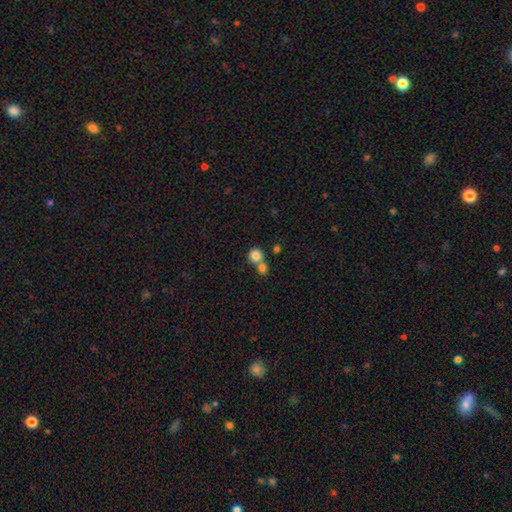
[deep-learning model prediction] Morphology: type=smooth (82%); roundness=round (88%); merging=merger (50%).